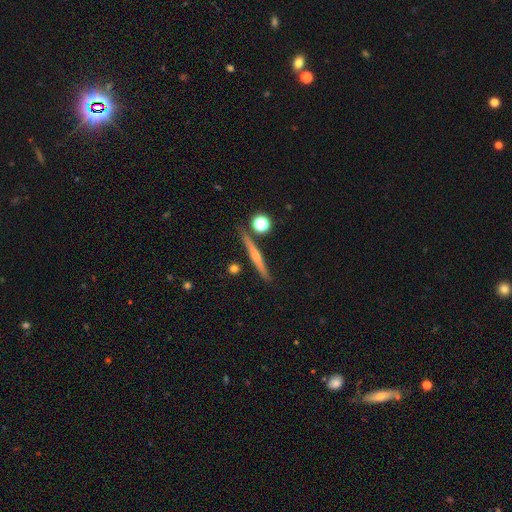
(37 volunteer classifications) This appears to be a featured or disk galaxy (57%) viewed edge-on (100%) with a rounded central bulge (81%). Merging: none (86%).